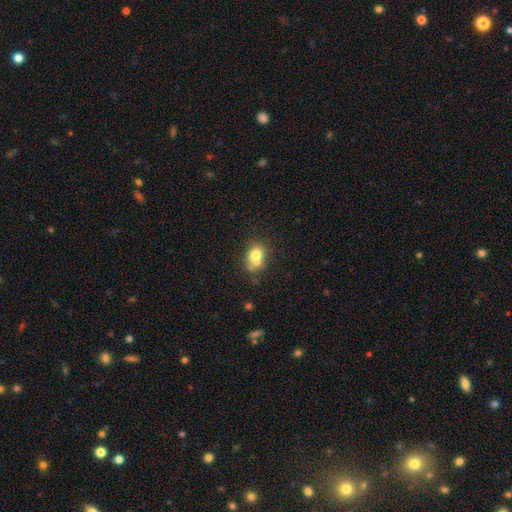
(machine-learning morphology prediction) Smooth or featured? smooth (70%)
How rounded? in between (52%)
Merging? merger (40%)